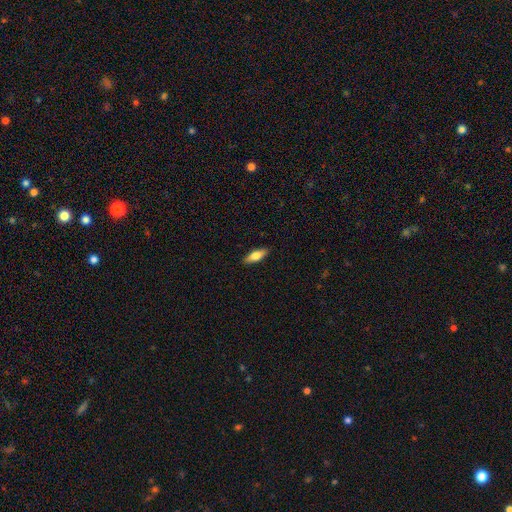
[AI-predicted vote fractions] Overall: smooth (70%). How rounded: in between (61%; cigar-shaped 37%). Merging: none (89%).